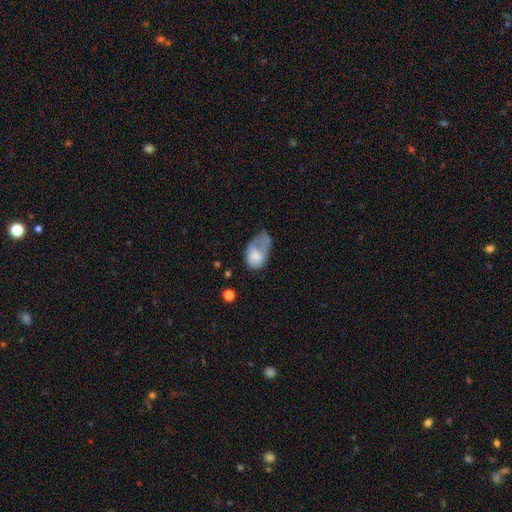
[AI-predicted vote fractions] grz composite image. It shows a smooth galaxy with no disk features (66%) that is in between round and cigar-shaped (84%). Merging: major disturbance (48%).